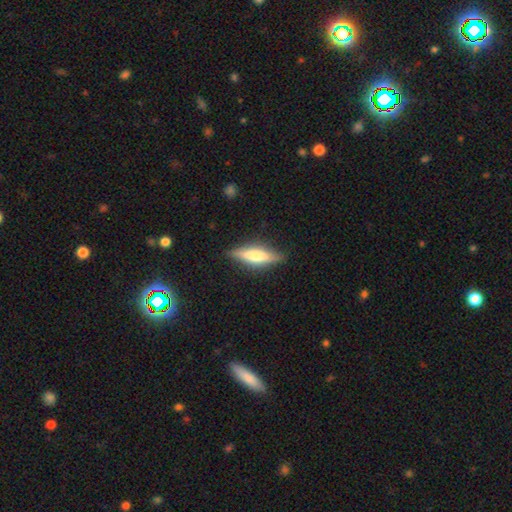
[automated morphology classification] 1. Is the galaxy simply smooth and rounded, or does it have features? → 52% smooth, 42% featured or disk, 6% star or artifact.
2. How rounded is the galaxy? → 67% cigar-shaped, 31% in between, 2% round.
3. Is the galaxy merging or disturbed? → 84% none, 12% minor disturbance, 3% major disturbance, 1% merger.